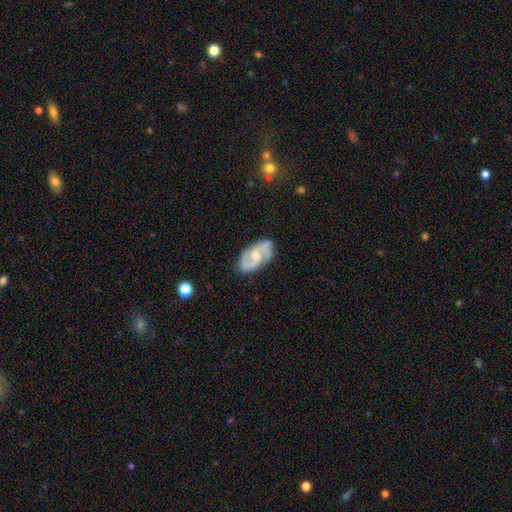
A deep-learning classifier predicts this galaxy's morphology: Q: Smooth or featured?
A: featured or disk (83%); runner-up: smooth (12%)
Q: Edge-on disk?
A: no (96%); runner-up: yes (4%)
Q: Bar?
A: weak (46%); runner-up: no (43%)
Q: Spiral arms?
A: yes (94%); runner-up: no (6%)
Q: Spiral winding?
A: medium (53%); runner-up: tight (27%)
Q: Spiral arm count?
A: 2 (89%); runner-up: can't tell (5%)
Q: Bulge size?
A: moderate (59%); runner-up: small (30%)
Q: Merging?
A: none (80%); runner-up: minor disturbance (15%)